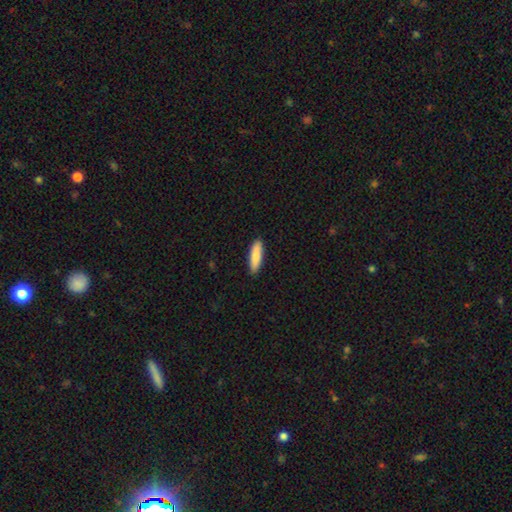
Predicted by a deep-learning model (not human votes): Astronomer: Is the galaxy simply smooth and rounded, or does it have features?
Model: smooth — 86%.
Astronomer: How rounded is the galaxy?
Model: cigar-shaped — 62%.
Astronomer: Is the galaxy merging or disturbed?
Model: none — 90%.